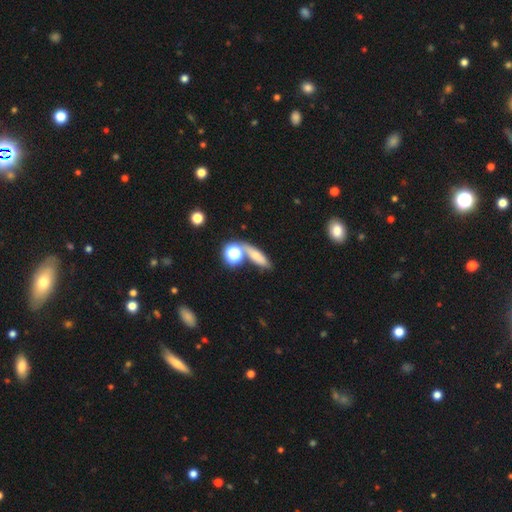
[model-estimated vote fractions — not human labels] Smooth or featured? smooth (59%)
How rounded? in between (44%)
Merging? none (61%)